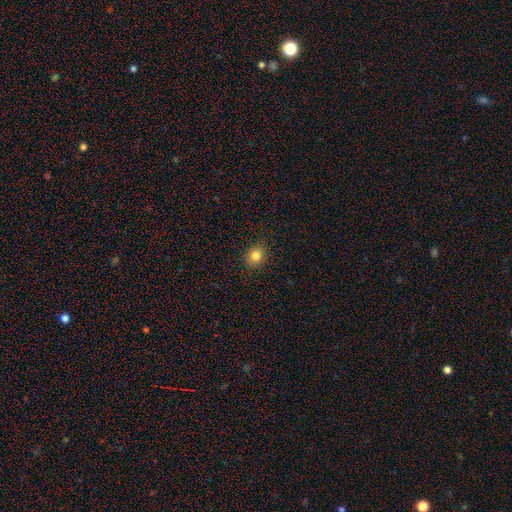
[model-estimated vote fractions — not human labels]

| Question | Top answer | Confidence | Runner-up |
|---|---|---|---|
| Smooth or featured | smooth | 82% | star or artifact (12%) |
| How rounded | round | 67% | in between (32%) |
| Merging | none | 90% | minor disturbance (7%) |